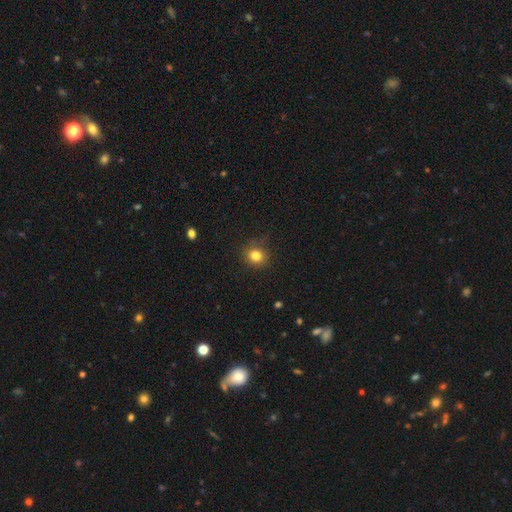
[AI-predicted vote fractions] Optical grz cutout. It shows a smooth galaxy with no disk features (82%) that is round (82%). Merging: none (82%).